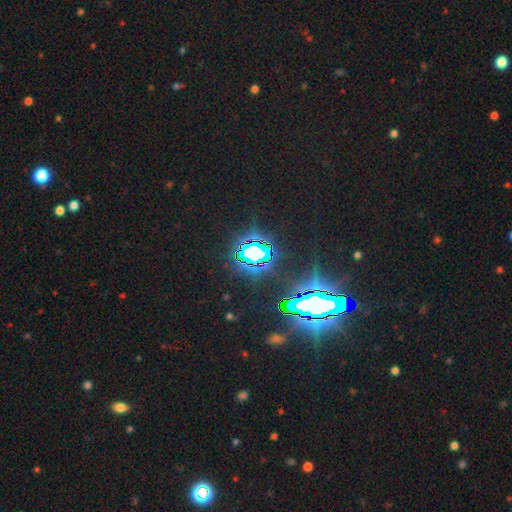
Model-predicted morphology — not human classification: A star or artifact, not a galaxy (84%).